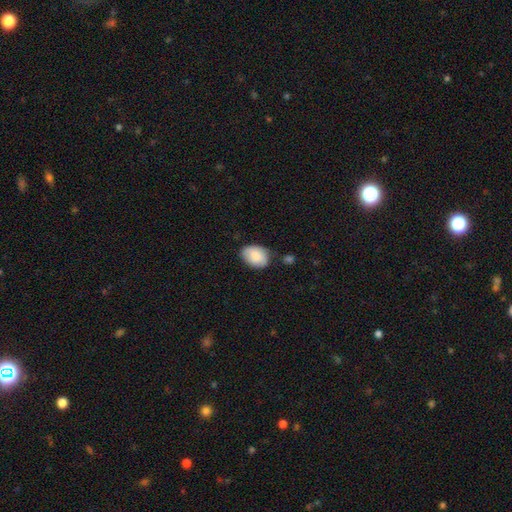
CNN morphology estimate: smooth-or-featured: smooth: 85% | featured or disk: 8% | star or artifact: 7%
  how-rounded: in between: 81% | round: 18% | cigar-shaped: 1%
  merging: none: 66% | minor disturbance: 26% | major disturbance: 5% | merger: 3%